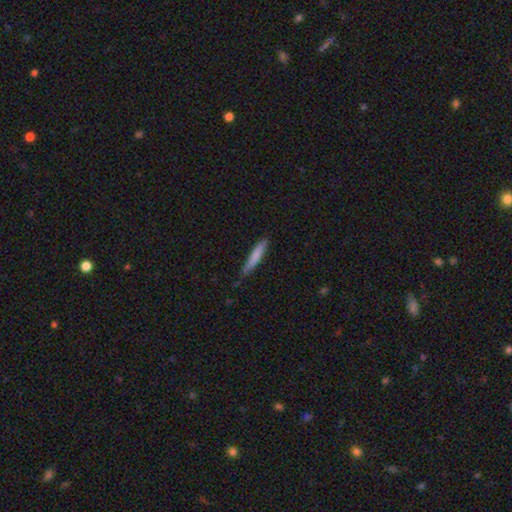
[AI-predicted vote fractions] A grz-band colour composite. It shows a smooth galaxy with no disk features (77%) that is cigar-shaped (92%). Merging: none (73%).